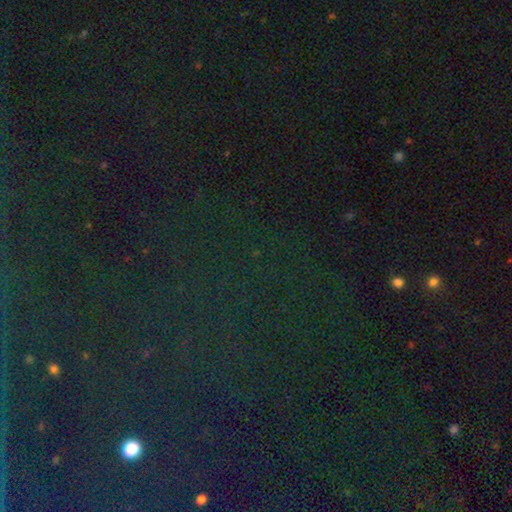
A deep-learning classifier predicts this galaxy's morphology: A star or artifact, not a galaxy (82%).